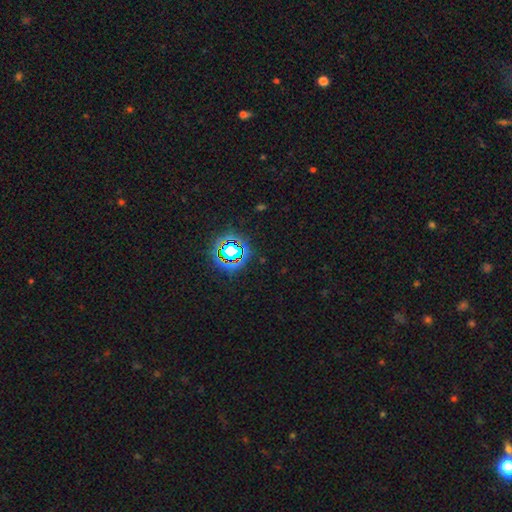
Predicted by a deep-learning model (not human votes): smooth-or-featured: star or artifact: 78% | smooth: 13% | featured or disk: 9%